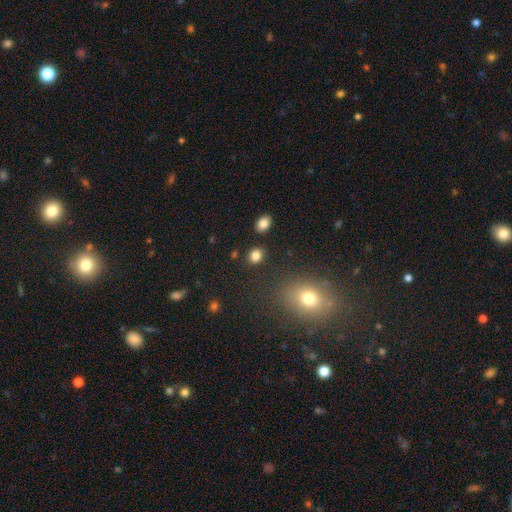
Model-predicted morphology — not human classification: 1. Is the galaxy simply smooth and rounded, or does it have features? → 84% smooth, 11% star or artifact, 5% featured or disk.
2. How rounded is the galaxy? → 58% round, 41% in between, 1% cigar-shaped.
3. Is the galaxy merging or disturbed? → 85% none, 8% minor disturbance, 4% merger, 3% major disturbance.